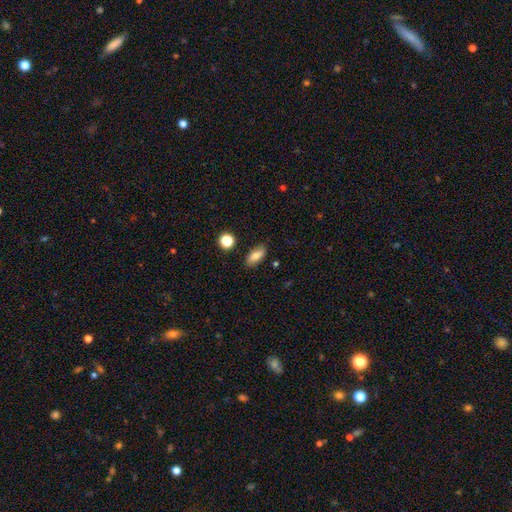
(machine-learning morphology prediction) This appears to be a smooth galaxy with no disk features (77%) that is in between round and cigar-shaped (84%). Merging: none (84%).